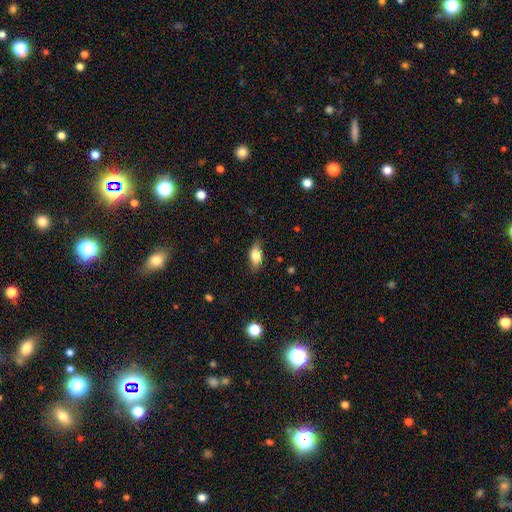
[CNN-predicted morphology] smooth-or-featured: smooth: 77% | featured or disk: 15% | star or artifact: 7%
  how-rounded: in between: 85% | cigar-shaped: 10% | round: 5%
  merging: none: 80% | minor disturbance: 16% | major disturbance: 3% | merger: 1%